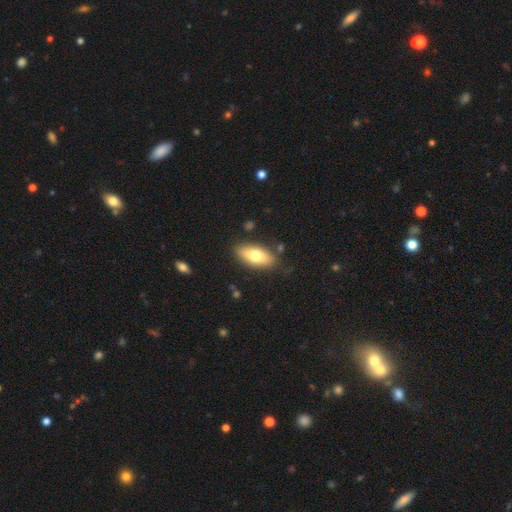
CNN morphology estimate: This is likely a smooth galaxy (71%). How rounded: clearly in between (86%). Merging: clearly none (83%).